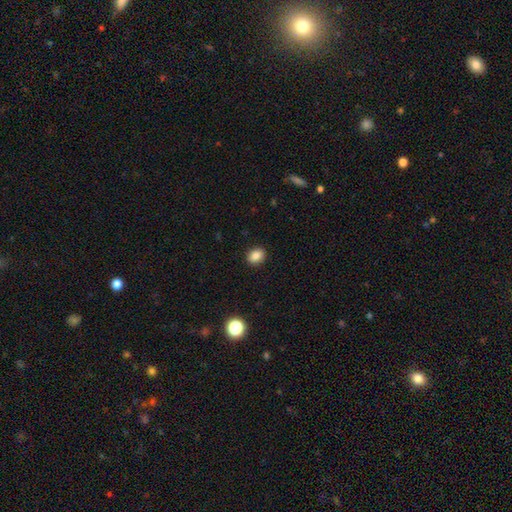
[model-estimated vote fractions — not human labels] Q: Smooth or featured?
A: smooth (86%); runner-up: star or artifact (10%)
Q: How rounded?
A: in between (54%); runner-up: round (45%)
Q: Merging?
A: none (90%); runner-up: minor disturbance (7%)